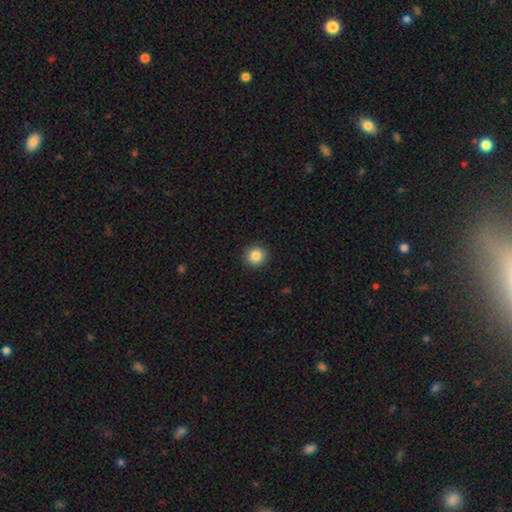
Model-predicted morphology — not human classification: smooth 85%, star or artifact 10%, featured or disk 5%. Down the decision tree: how rounded — round (94%); merging — none (93%).